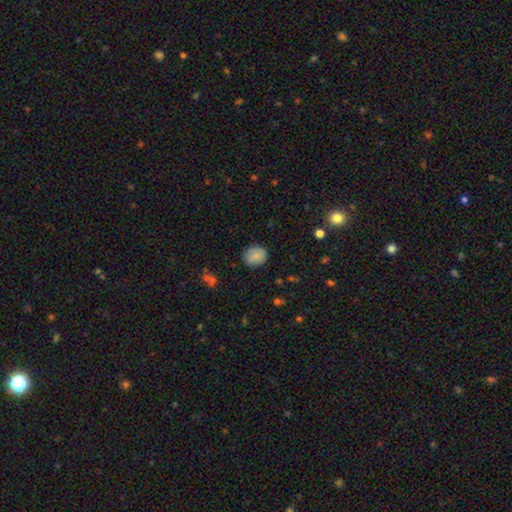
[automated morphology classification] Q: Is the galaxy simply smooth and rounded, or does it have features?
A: smooth — 84%.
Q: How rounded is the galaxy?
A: round — 72%.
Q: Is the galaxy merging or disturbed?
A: none — 83%.